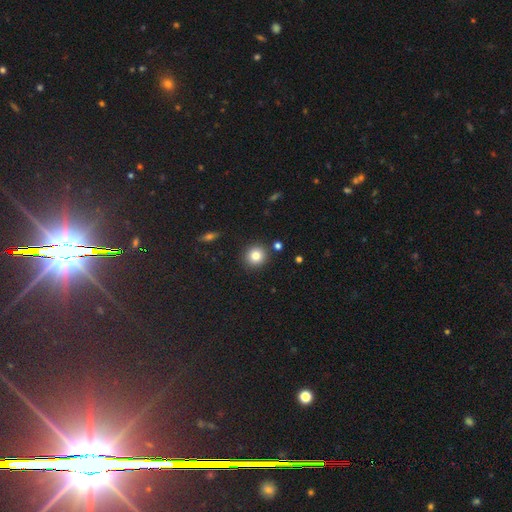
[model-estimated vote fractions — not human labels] Smooth or featured? Predicted: smooth (p=0.82). How rounded? Predicted: round (p=0.92). Merging? Predicted: none (p=0.88).